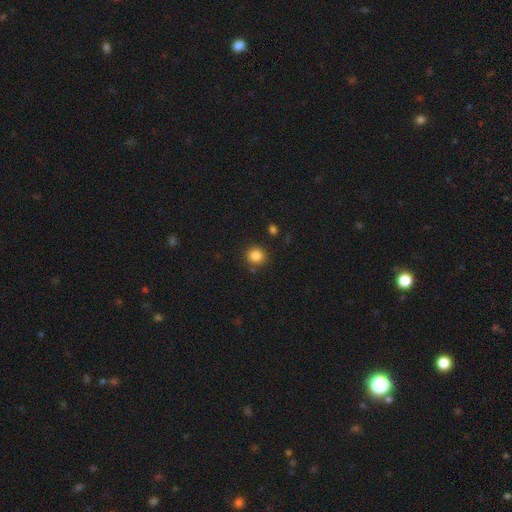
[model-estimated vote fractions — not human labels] This appears to be a smooth galaxy with no disk features (84%) that is round (91%). Merging: none (87%).